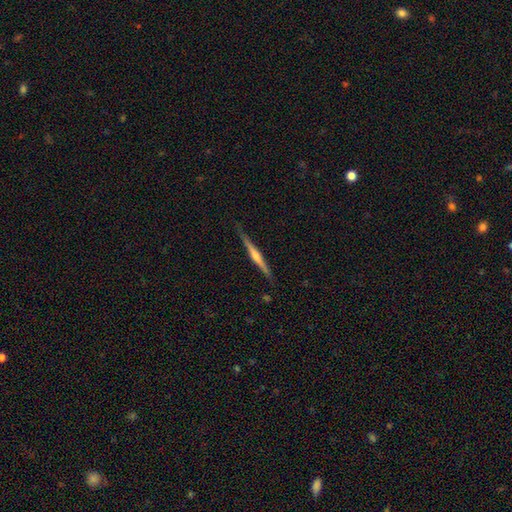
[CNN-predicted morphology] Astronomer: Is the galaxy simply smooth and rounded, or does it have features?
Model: featured or disk — 77%.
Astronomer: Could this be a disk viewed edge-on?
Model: yes — 98%.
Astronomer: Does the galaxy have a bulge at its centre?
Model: rounded — 77%.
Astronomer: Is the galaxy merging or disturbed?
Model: none — 88%.